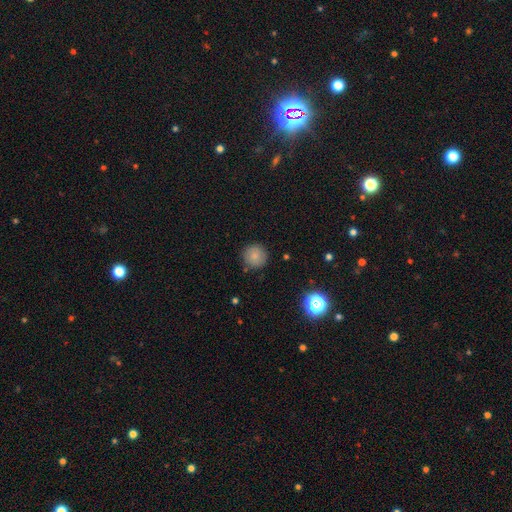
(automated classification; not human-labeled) A smooth galaxy with no disk features (83%) that is round (95%). Merging: none (88%).